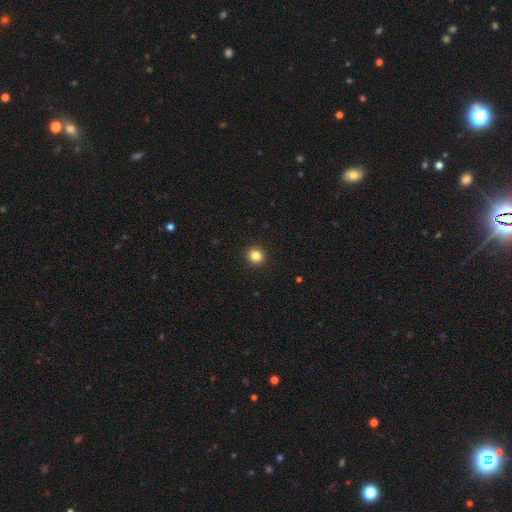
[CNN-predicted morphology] Overall: smooth (83%). How rounded: round (89%). Merging: none (93%).